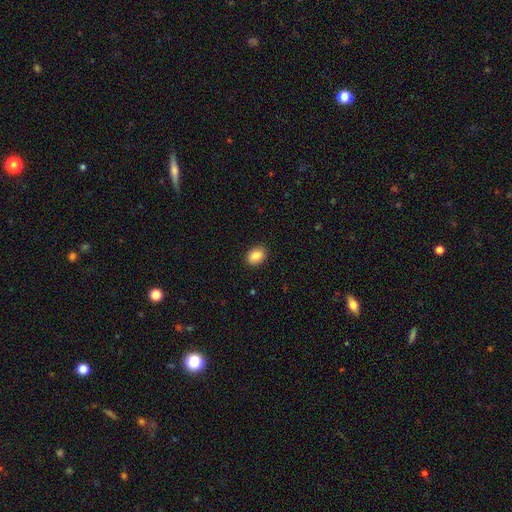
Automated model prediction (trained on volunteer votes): Morphology: type=smooth (88%); roundness=in between (75%); merging=none (89%).